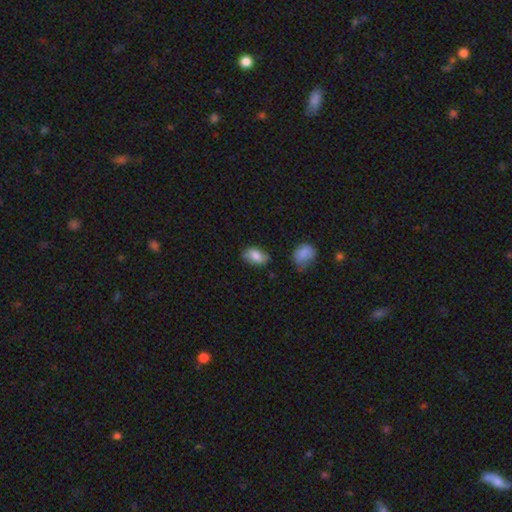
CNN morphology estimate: The model was most divided on "merging": none: 69%, minor disturbance: 22%, major disturbance: 5%, merger: 4%. More confident: how rounded — in between (89%); smooth or featured — smooth (80%).